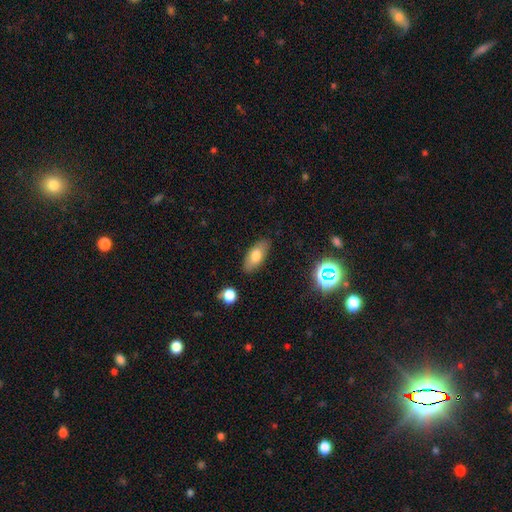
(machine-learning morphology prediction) Smooth or featured? smooth (72%)
How rounded? in between (88%)
Merging? none (84%)